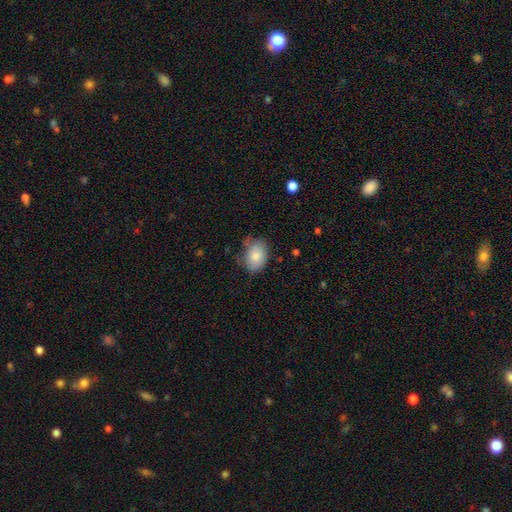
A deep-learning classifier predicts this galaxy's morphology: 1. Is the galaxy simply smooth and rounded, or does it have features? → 82% smooth, 10% featured or disk, 8% star or artifact.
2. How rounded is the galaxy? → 76% in between, 23% round, 1% cigar-shaped.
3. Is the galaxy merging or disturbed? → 66% none, 26% minor disturbance, 6% major disturbance, 2% merger.